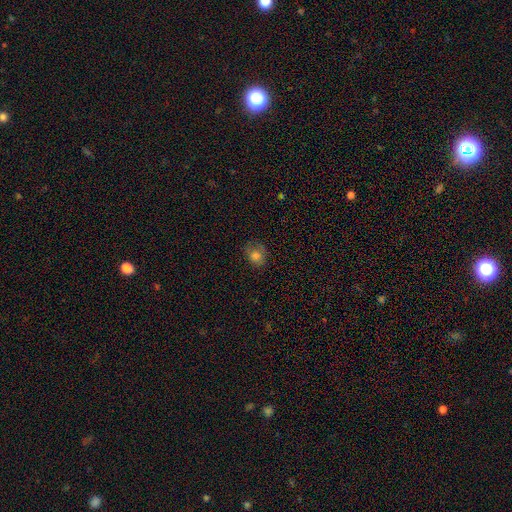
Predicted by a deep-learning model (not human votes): Q: Smooth or featured?
A: smooth (77%); runner-up: star or artifact (13%)
Q: How rounded?
A: round (65%); runner-up: in between (34%)
Q: Merging?
A: none (65%); runner-up: minor disturbance (23%)